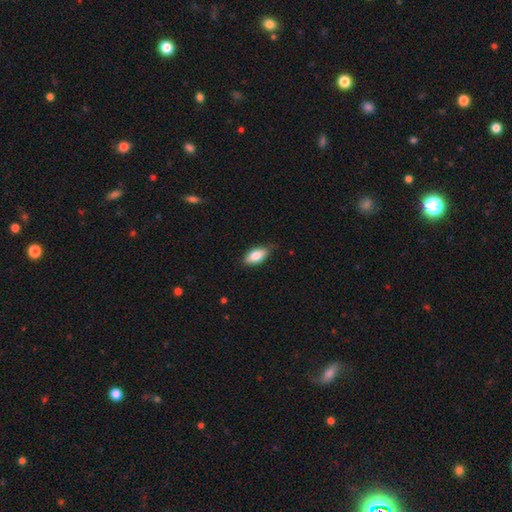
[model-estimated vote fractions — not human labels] Smooth or featured? Predicted: smooth (p=0.80). How rounded? Predicted: in between (p=0.89). Merging? Predicted: none (p=0.78).